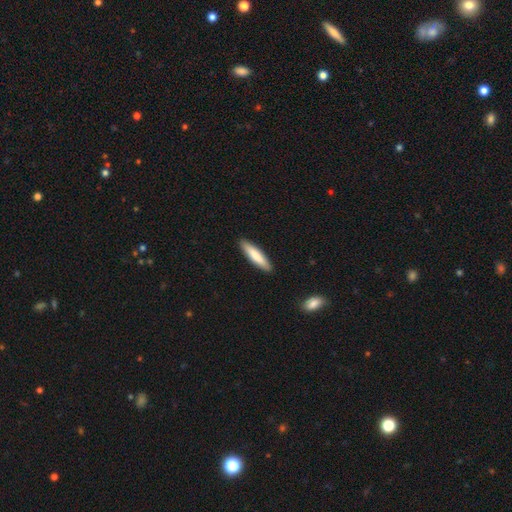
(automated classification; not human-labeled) Smooth or featured?
  - smooth: 77% *
  - featured or disk: 18%
  - star or artifact: 5%
How rounded?
  - cigar-shaped: 79% *
  - in between: 20%
  - round: 1%
Merging?
  - none: 90% *
  - minor disturbance: 7%
  - major disturbance: 1%
  - merger: 1%